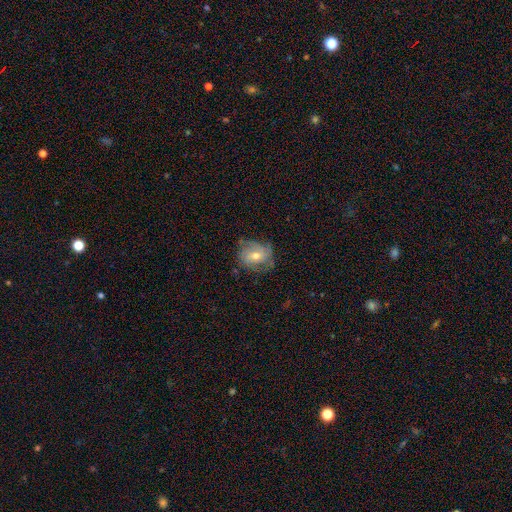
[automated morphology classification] type=featured or disk (51%); edge-on=no (96%); merging=none (59%).